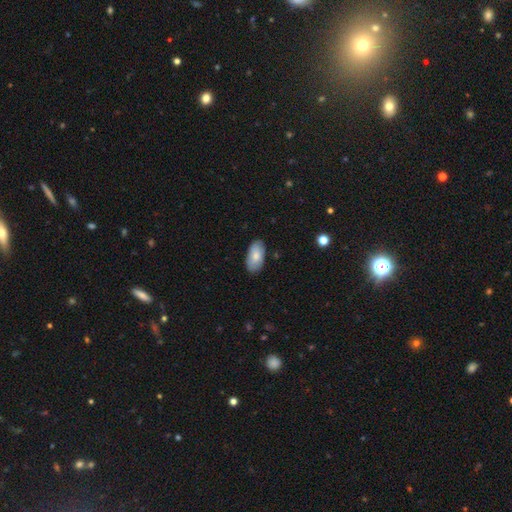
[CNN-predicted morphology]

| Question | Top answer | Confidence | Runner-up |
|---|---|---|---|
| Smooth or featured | smooth | 78% | featured or disk (16%) |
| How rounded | in between | 95% | round (3%) |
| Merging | none | 84% | minor disturbance (12%) |